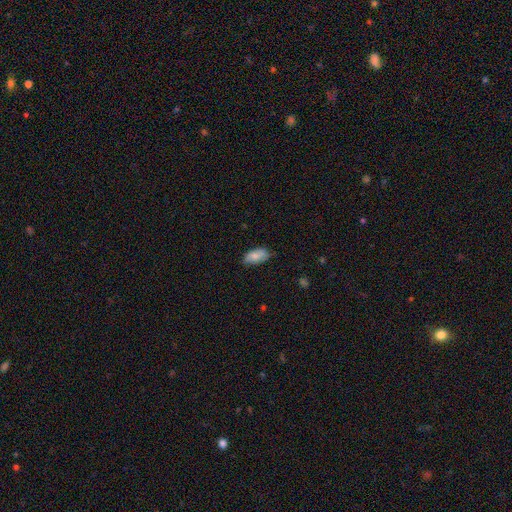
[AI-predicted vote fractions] This appears to be a smooth galaxy with no disk features (77%) that is in between round and cigar-shaped (93%). Merging: none (69%).